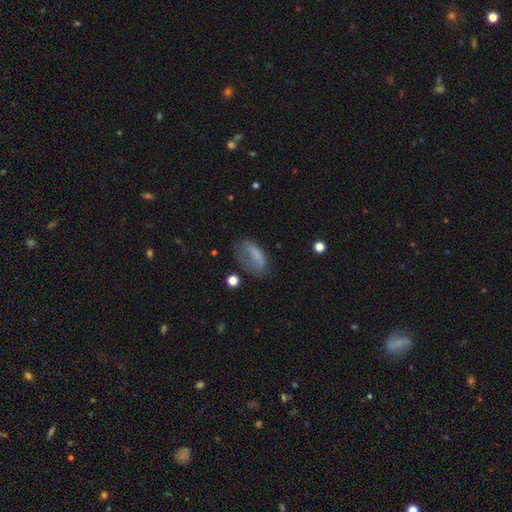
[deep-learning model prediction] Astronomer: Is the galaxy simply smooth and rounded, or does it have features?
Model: smooth — 67%.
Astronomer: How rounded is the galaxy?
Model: in between — 84%.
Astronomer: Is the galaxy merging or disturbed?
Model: none — 39% (runner-up: major disturbance, 30%).